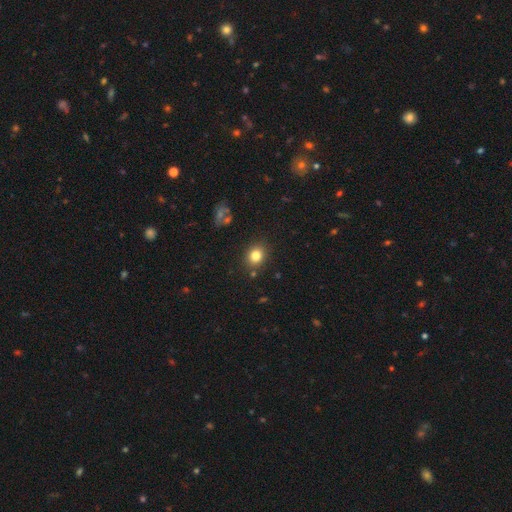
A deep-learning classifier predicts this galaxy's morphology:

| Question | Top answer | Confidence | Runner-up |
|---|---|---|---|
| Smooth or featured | smooth | 81% | star or artifact (12%) |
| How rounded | round | 63% | in between (37%) |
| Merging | none | 85% | minor disturbance (9%) |